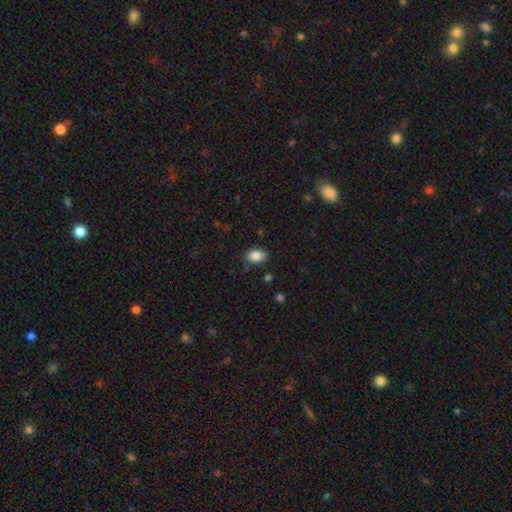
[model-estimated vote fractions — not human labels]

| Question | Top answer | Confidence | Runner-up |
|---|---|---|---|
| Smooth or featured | smooth | 88% | star or artifact (8%) |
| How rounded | in between | 83% | round (16%) |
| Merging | none | 84% | minor disturbance (11%) |